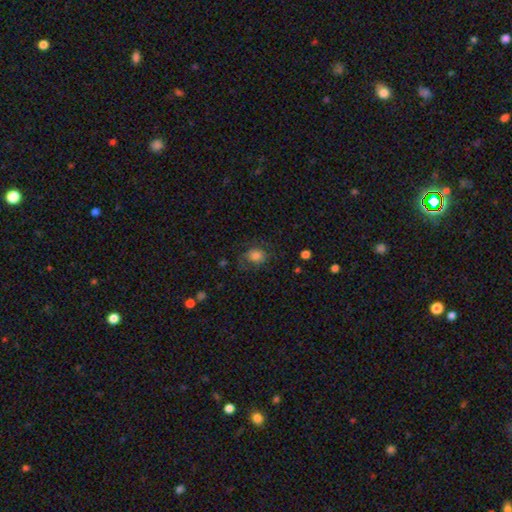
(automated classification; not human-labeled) The model was most divided on "how rounded": round: 56%, in between: 43%, cigar-shaped: 1%. More confident: smooth or featured — smooth (74%); merging — none (60%).